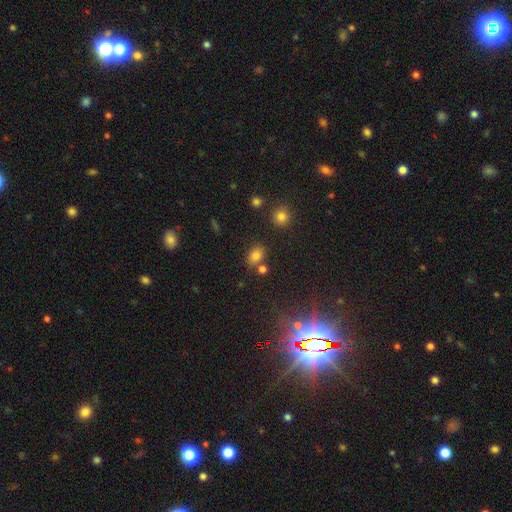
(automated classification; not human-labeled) Morphology: type=smooth (79%); roundness=in between (79%); merging=none (68%).